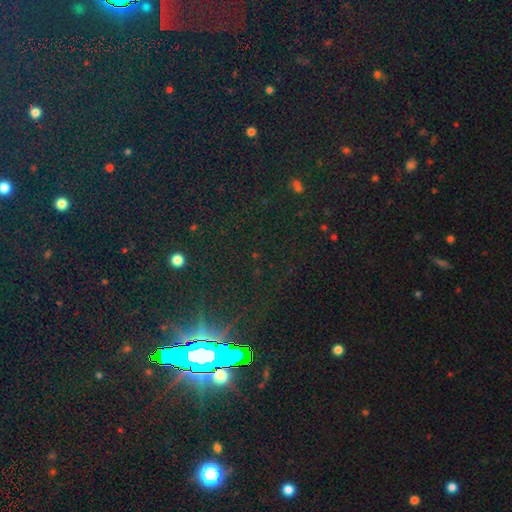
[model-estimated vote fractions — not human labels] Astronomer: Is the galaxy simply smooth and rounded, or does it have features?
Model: star or artifact — 78%.